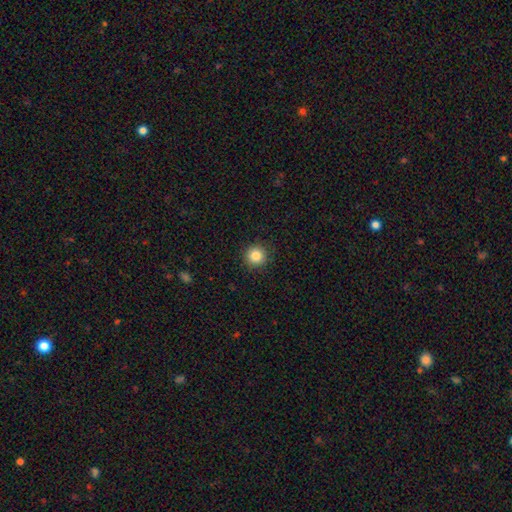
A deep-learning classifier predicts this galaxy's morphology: Smooth or featured: smooth — 85% (star or artifact — 10%)
How rounded: round — 95% (in between — 4%)
Merging: none — 91% (minor disturbance — 6%)